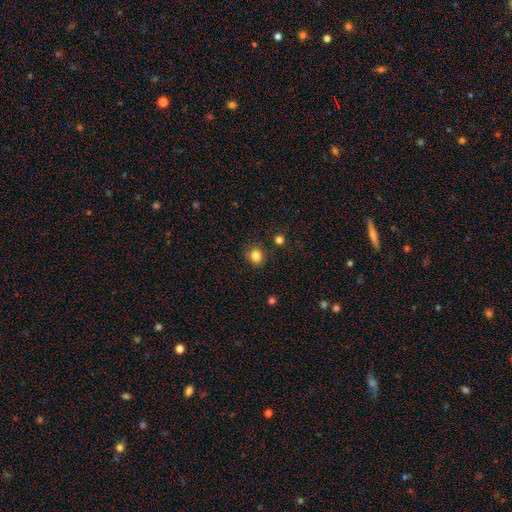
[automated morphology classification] Smooth or featured: smooth — 83% (star or artifact — 12%)
How rounded: round — 83% (in between — 16%)
Merging: none — 84% (minor disturbance — 9%)